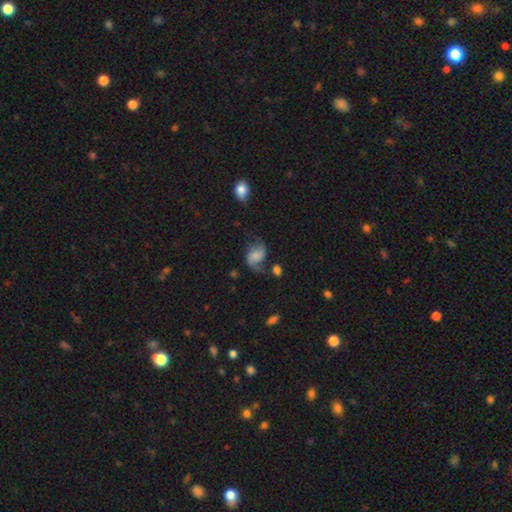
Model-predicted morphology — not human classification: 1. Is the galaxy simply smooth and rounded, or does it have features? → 64% featured or disk, 27% smooth, 9% star or artifact.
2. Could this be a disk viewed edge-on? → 97% no, 3% yes.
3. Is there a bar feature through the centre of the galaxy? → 50% no, 38% weak, 11% strong.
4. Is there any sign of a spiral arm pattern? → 92% yes, 8% no.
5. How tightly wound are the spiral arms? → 60% loose, 32% medium, 9% tight.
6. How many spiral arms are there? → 86% 2, 8% 1, 4% can't tell, 1% 3, 1% 4, 1% more than 4.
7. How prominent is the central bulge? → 34% none, 23% moderate, 22% small, 16% large, 5% dominant.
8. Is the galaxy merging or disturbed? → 53% none, 24% minor disturbance, 17% major disturbance, 6% merger.